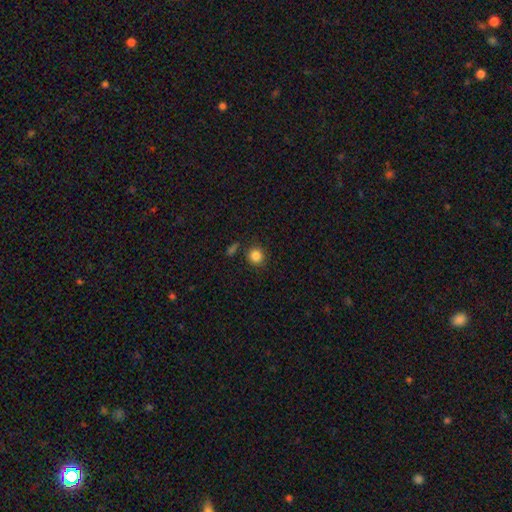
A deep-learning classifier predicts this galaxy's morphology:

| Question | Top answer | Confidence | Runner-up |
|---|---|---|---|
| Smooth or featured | smooth | 85% | star or artifact (11%) |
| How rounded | round | 89% | in between (10%) |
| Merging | none | 83% | minor disturbance (9%) |